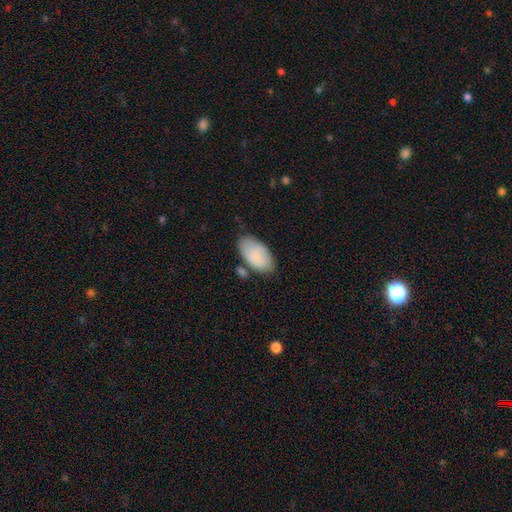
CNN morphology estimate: This appears to be a smooth galaxy with no disk features (84%) that is in between round and cigar-shaped (95%). Merging: none (68%).